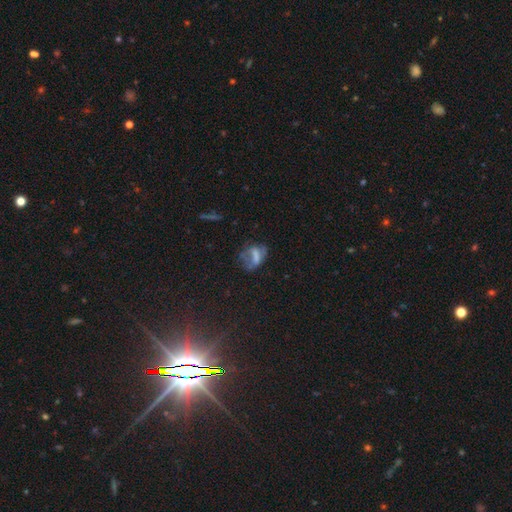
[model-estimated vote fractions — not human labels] Morphology: type=smooth (47%); merging=none (39%).